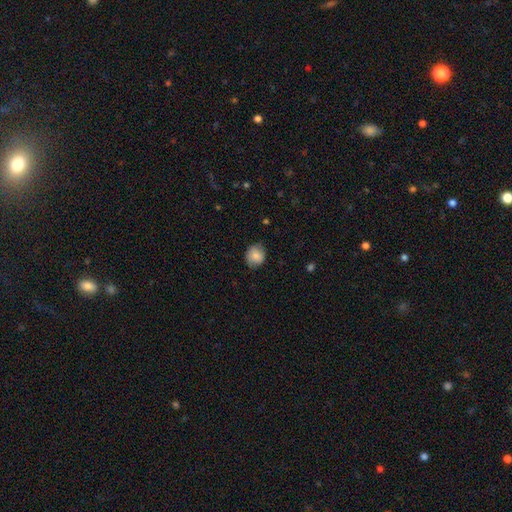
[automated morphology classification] The model was most divided on "how rounded": round: 78%, in between: 21%, cigar-shaped: 1%. More confident: smooth or featured — smooth (83%); merging — none (82%).